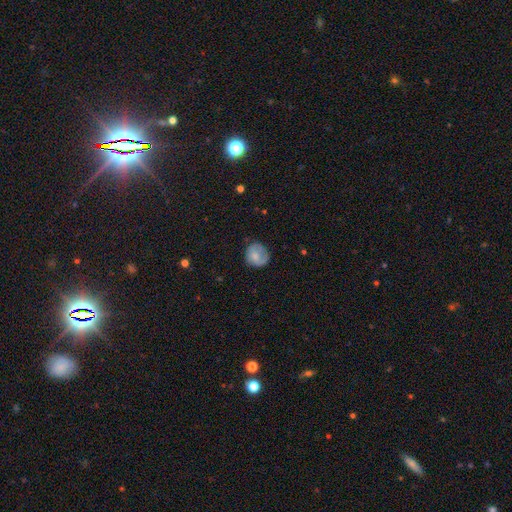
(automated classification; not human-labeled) Q: Smooth or featured?
A: smooth (70%); runner-up: featured or disk (22%)
Q: How rounded?
A: round (80%); runner-up: in between (19%)
Q: Merging?
A: none (65%); runner-up: minor disturbance (24%)